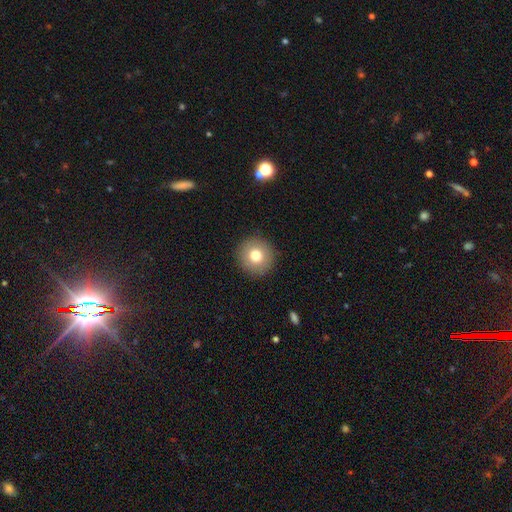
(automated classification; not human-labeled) The model was most divided on "smooth or featured": smooth: 77%, featured or disk: 13%, star or artifact: 10%. More confident: how rounded — round (95%); merging — none (91%).